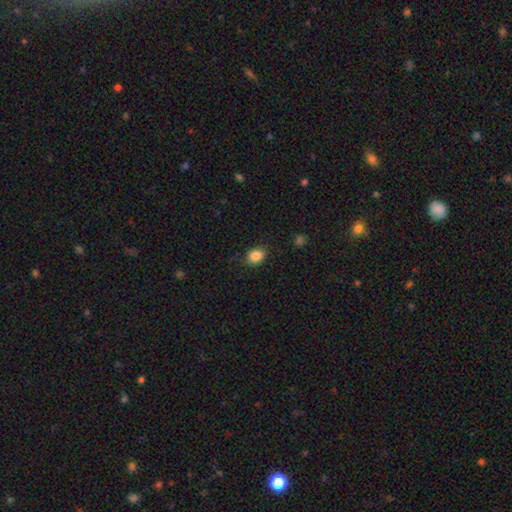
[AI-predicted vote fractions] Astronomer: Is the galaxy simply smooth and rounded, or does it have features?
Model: smooth — 87%.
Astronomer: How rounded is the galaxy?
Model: in between — 57% (runner-up: round, 42%).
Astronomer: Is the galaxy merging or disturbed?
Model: none — 84%.